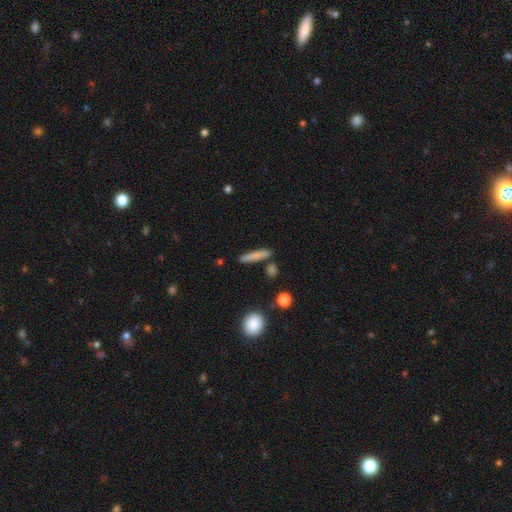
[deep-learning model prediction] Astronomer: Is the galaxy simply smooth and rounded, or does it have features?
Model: smooth — 78%.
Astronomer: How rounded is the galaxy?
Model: cigar-shaped — 88%.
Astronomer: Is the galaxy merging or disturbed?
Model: none — 82%.